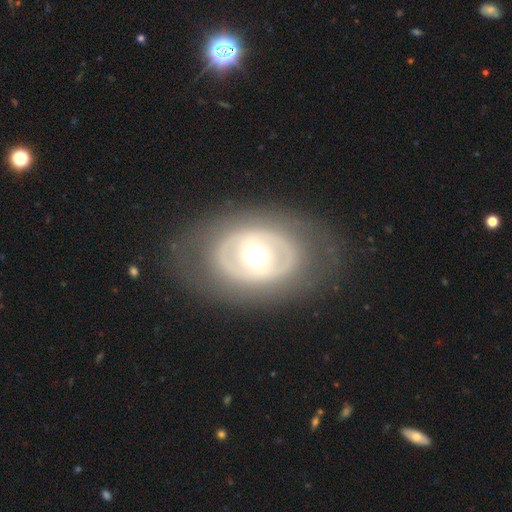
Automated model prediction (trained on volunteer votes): This is likely a featured or disk galaxy (66%). It is clearly not viewed edge-on (93%). Bar: likely no (78%). Spiral arm pattern: clearly no (80%). Central bulge: likely moderate (70%). Merging: likely none (78%).